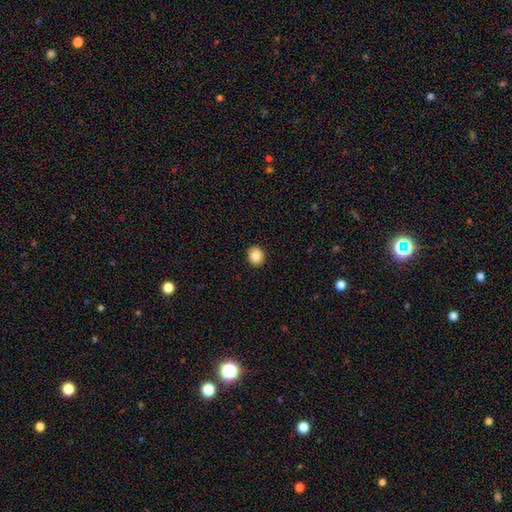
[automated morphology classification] Q: Smooth or featured?
A: smooth (85%); runner-up: star or artifact (9%)
Q: How rounded?
A: round (75%); runner-up: in between (24%)
Q: Merging?
A: none (92%); runner-up: minor disturbance (5%)